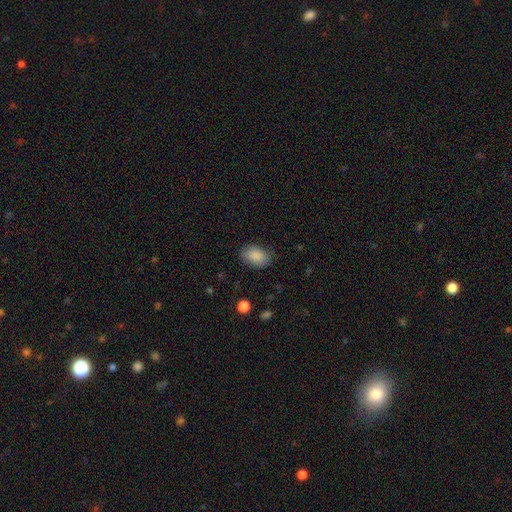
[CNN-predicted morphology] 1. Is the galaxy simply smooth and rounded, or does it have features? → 88% smooth, 7% star or artifact, 5% featured or disk.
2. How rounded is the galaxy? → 88% in between, 11% round, 1% cigar-shaped.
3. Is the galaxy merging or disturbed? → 79% none, 16% minor disturbance, 4% major disturbance, 1% merger.